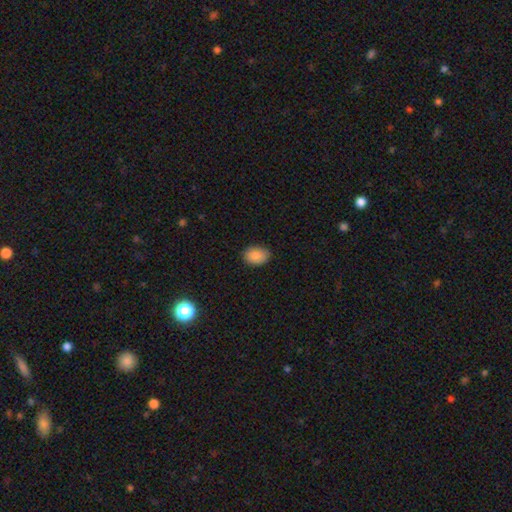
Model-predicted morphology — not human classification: type=smooth (87%); roundness=in between (74%); merging=none (84%).